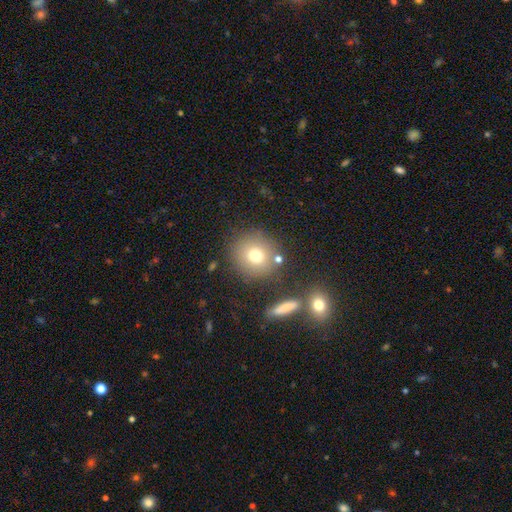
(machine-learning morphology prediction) Smooth or featured? smooth (73%)
How rounded? round (88%)
Merging? none (77%)